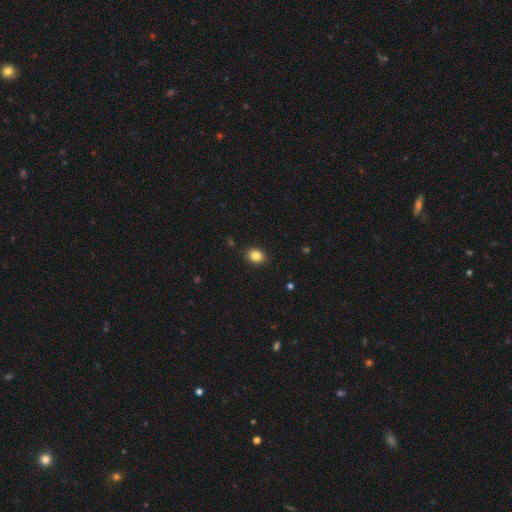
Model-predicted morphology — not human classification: Smooth or featured?
  - smooth: 84% *
  - star or artifact: 10%
  - featured or disk: 5%
How rounded?
  - round: 51% *
  - in between: 48%
  - cigar-shaped: 1%
Merging?
  - none: 89% *
  - minor disturbance: 8%
  - major disturbance: 2%
  - merger: 1%